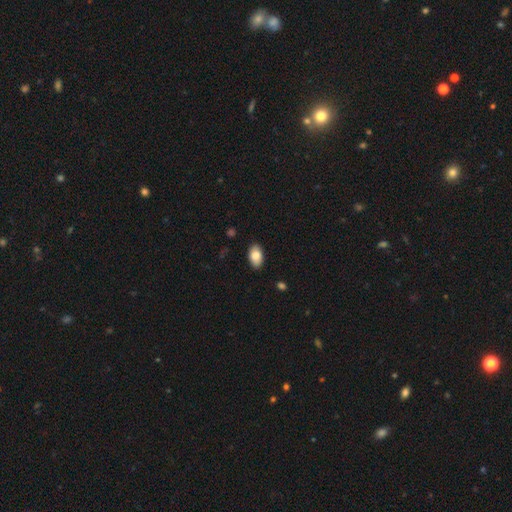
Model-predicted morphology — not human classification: Smooth or featured?
  - smooth: 85% *
  - featured or disk: 8%
  - star or artifact: 7%
How rounded?
  - in between: 93% *
  - round: 5%
  - cigar-shaped: 2%
Merging?
  - none: 88% *
  - minor disturbance: 9%
  - major disturbance: 2%
  - merger: 1%